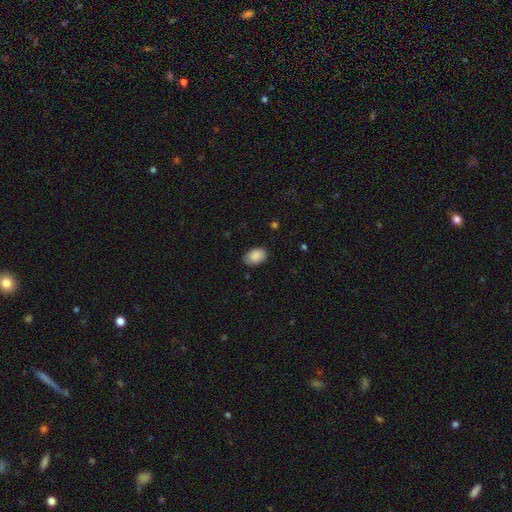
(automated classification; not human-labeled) Q: Smooth or featured?
A: smooth (89%); runner-up: star or artifact (7%)
Q: How rounded?
A: in between (89%); runner-up: round (10%)
Q: Merging?
A: none (83%); runner-up: minor disturbance (13%)